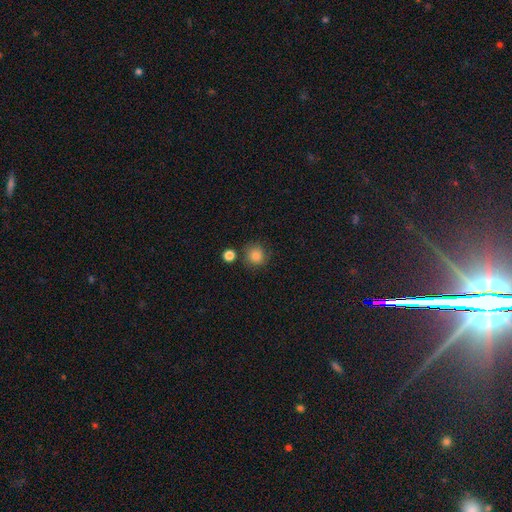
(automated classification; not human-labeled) Q: Smooth or featured?
A: smooth (83%); runner-up: star or artifact (11%)
Q: How rounded?
A: round (89%); runner-up: in between (10%)
Q: Merging?
A: none (77%); runner-up: minor disturbance (12%)